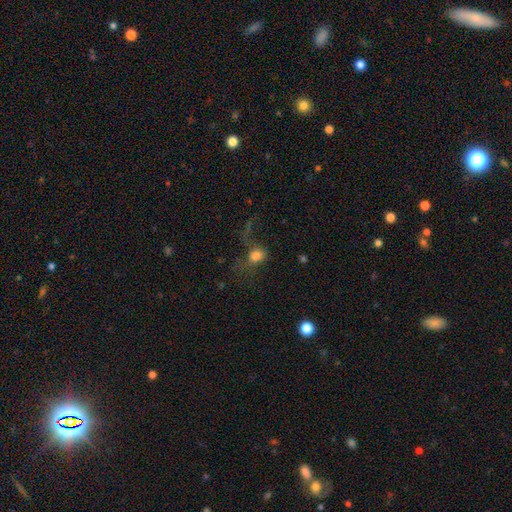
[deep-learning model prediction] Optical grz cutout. It shows a smooth galaxy with no disk features (71%) that is in between round and cigar-shaped (53%). Merging: major disturbance (45%).